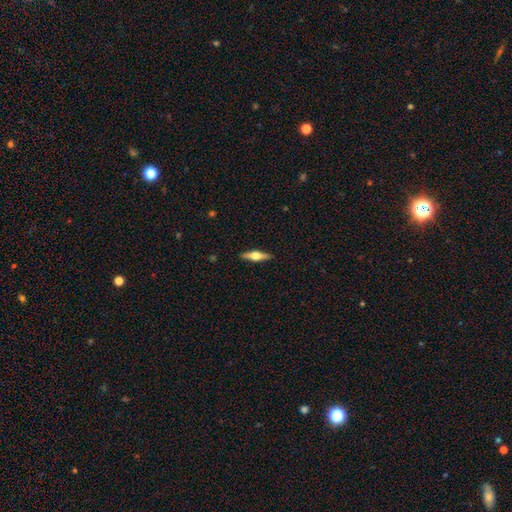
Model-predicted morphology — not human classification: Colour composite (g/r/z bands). It shows a featured or disk galaxy (60%) viewed edge-on (96%) with a rounded central bulge (94%). Merging: none (90%).